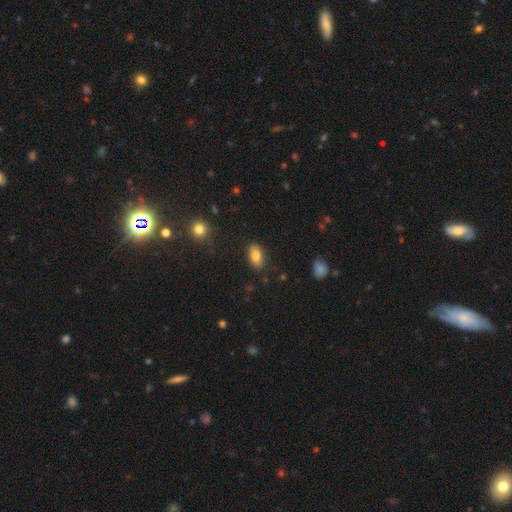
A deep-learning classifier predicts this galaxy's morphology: Q: Smooth or featured?
A: smooth (80%); runner-up: featured or disk (12%)
Q: How rounded?
A: in between (90%); runner-up: round (6%)
Q: Merging?
A: none (85%); runner-up: minor disturbance (11%)